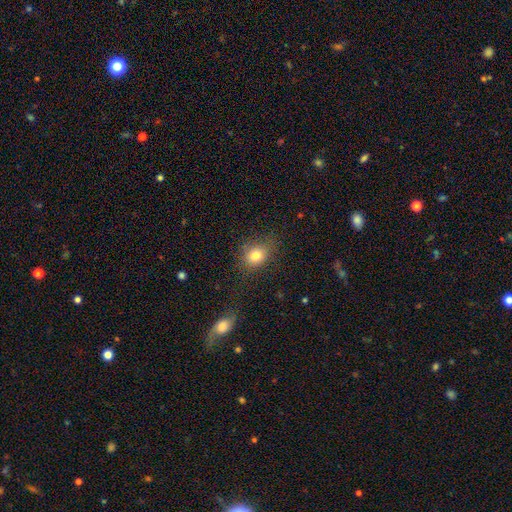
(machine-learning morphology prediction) type=smooth (80%); roundness=in between (54%); merging=none (74%).